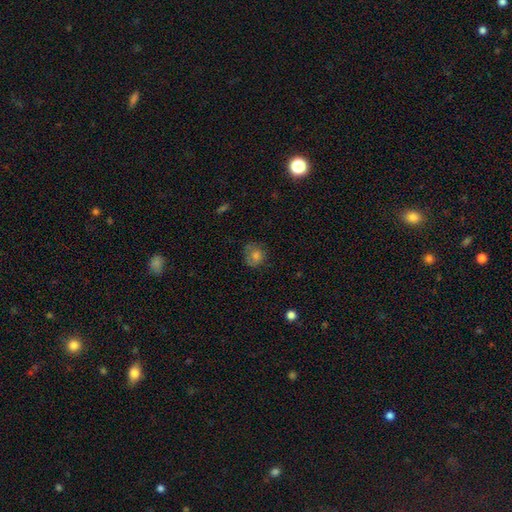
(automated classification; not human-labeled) Overall: smooth (64%). How rounded: round (82%). Merging: none (67%).